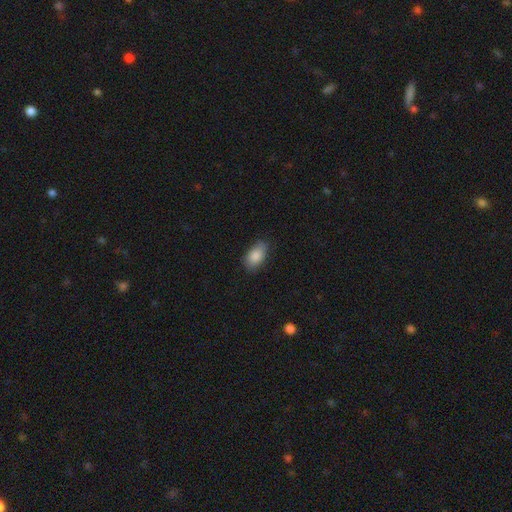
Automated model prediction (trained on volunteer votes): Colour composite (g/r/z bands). It shows a smooth galaxy with no disk features (87%) that is in between round and cigar-shaped (92%). Merging: none (79%).